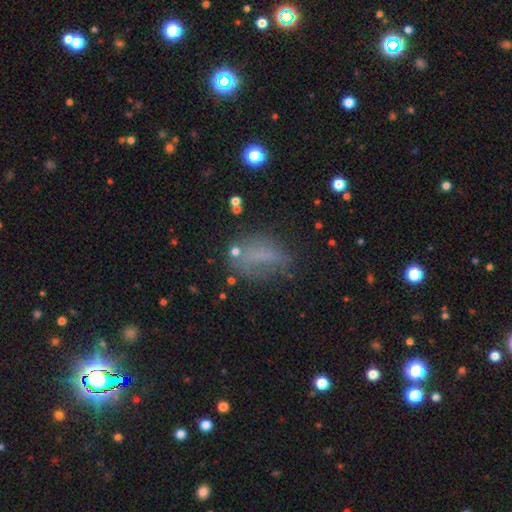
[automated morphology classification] Smooth or featured?
  - smooth: 55% *
  - featured or disk: 23%
  - star or artifact: 22%
How rounded?
  - in between: 69% *
  - cigar-shaped: 17%
  - round: 13%
Merging?
  - none: 47% *
  - minor disturbance: 25%
  - major disturbance: 22%
  - merger: 5%